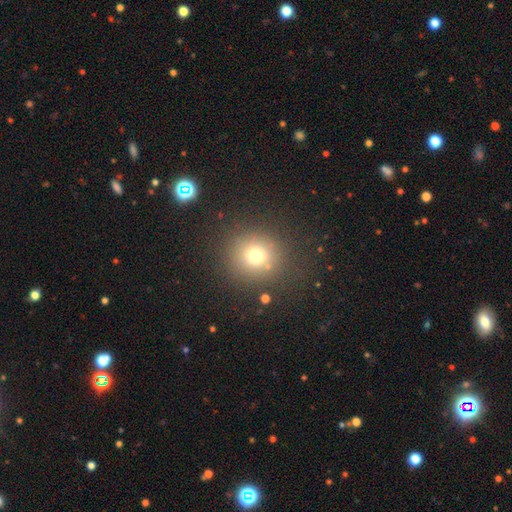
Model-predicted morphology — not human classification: type=smooth (71%); roundness=round (91%); merging=none (84%).